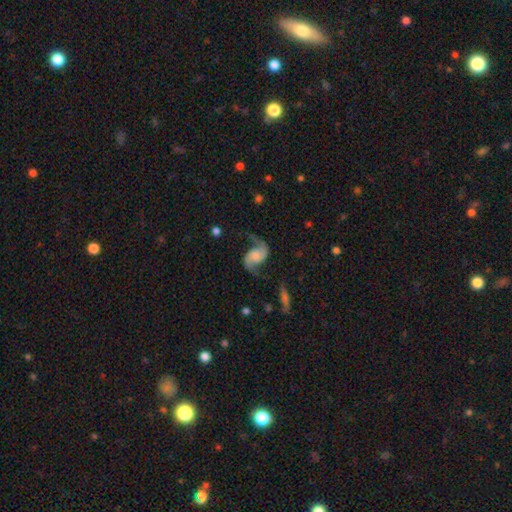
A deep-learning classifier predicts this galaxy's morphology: This is clearly a featured or disk galaxy (87%). It is clearly not viewed edge-on (98%). Bar: likely no (60%). Spiral arm pattern: clearly yes (97%). Spiral arm count: clearly 2 (93%). Spiral winding: likely loose (69%). Central bulge: marginally none (30%). Merging: likely none (67%).